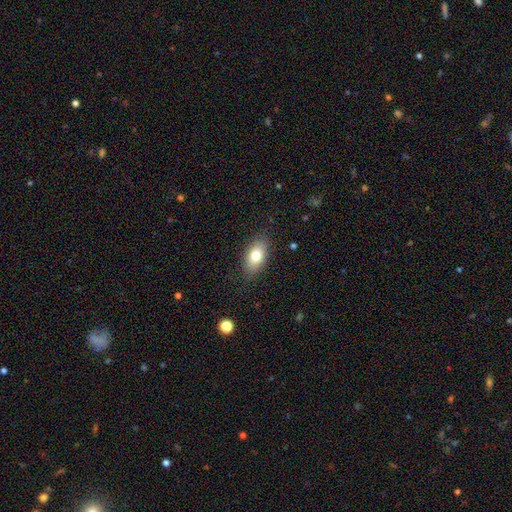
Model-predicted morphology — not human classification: smooth 75%, featured or disk 17%, star or artifact 8%. Down the decision tree: how rounded — in between (88%); merging — none (85%).